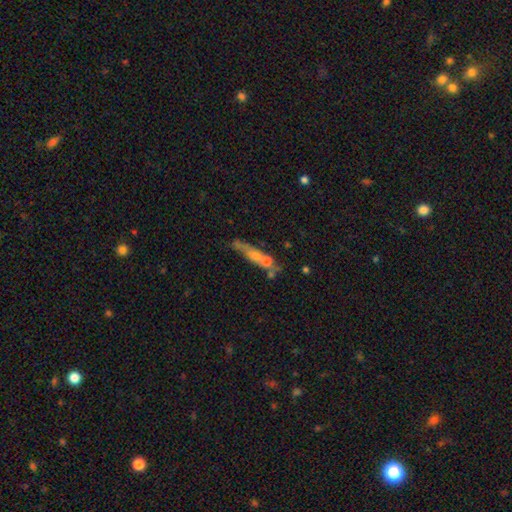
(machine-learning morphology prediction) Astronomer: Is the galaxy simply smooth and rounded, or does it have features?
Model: smooth — 43%, tied with featured or disk at 43%.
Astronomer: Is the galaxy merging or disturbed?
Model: none — 43% (runner-up: merger, 28%).